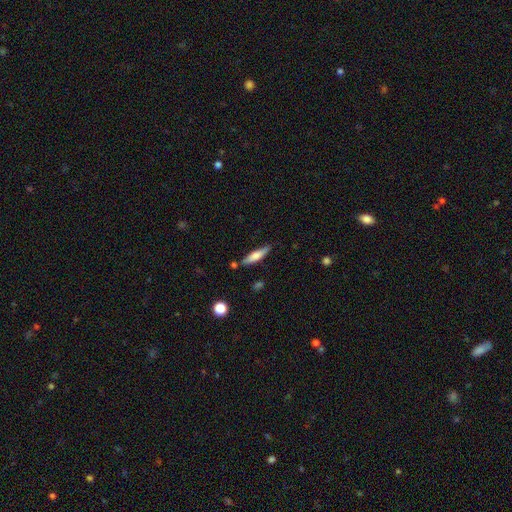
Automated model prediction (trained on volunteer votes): Smooth or featured?
  - smooth: 64% *
  - featured or disk: 30%
  - star or artifact: 6%
How rounded?
  - cigar-shaped: 78% *
  - in between: 20%
  - round: 2%
Merging?
  - none: 78% *
  - minor disturbance: 14%
  - merger: 5%
  - major disturbance: 3%